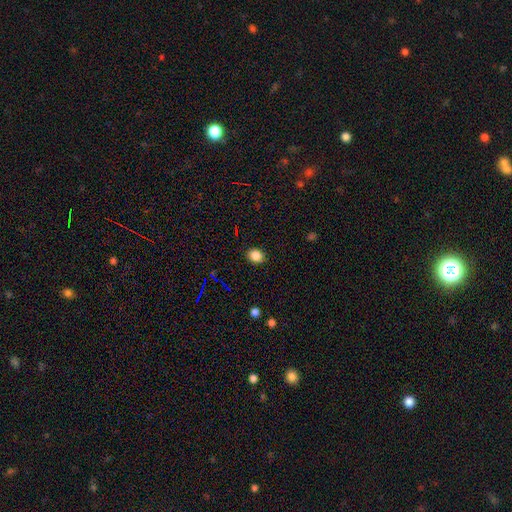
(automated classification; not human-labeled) smooth_or_featured: smooth (p=0.84) [alt: star or artifact p=0.12]
how_rounded: round (p=0.60) [alt: in between p=0.39]
merging: none (p=0.89) [alt: minor disturbance p=0.08]